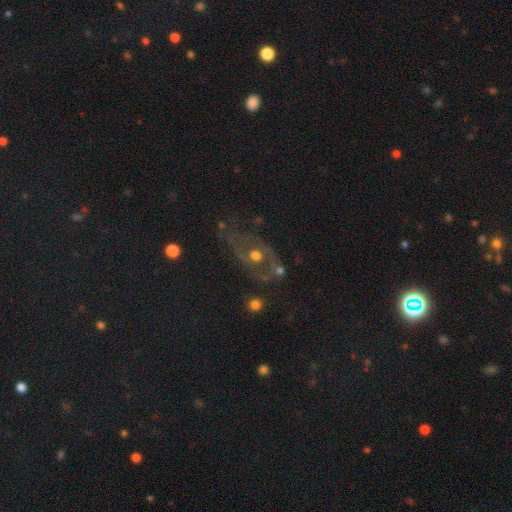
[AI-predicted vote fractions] smooth-or-featured: featured or disk: 64% | smooth: 25% | star or artifact: 10%
  disk-edge-on: no: 90% | yes: 10%
    bar: no: 85% | weak: 11% | strong: 4%
    has-spiral-arms: no: 57% | yes: 43%
    bulge-size: moderate: 69% | large: 16% | small: 10% | none: 2% | dominant: 2%
  merging: none: 57% | minor disturbance: 20% | major disturbance: 17% | merger: 7%